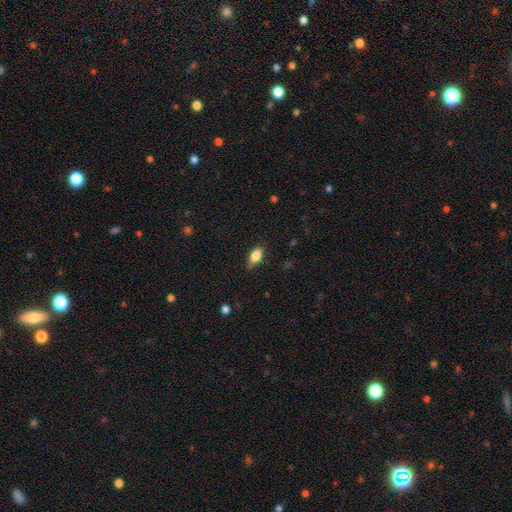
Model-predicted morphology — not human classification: smooth-or-featured: smooth: 85% | star or artifact: 8% | featured or disk: 7%
  how-rounded: in between: 89% | round: 6% | cigar-shaped: 5%
  merging: none: 77% | minor disturbance: 18% | major disturbance: 3% | merger: 1%